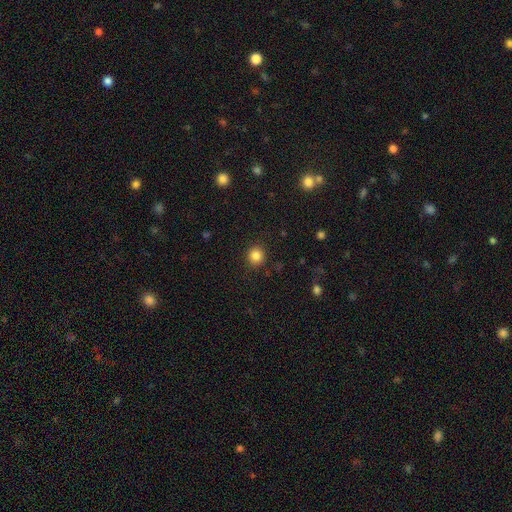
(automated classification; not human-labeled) Smooth or featured? smooth (84%)
How rounded? round (91%)
Merging? none (90%)